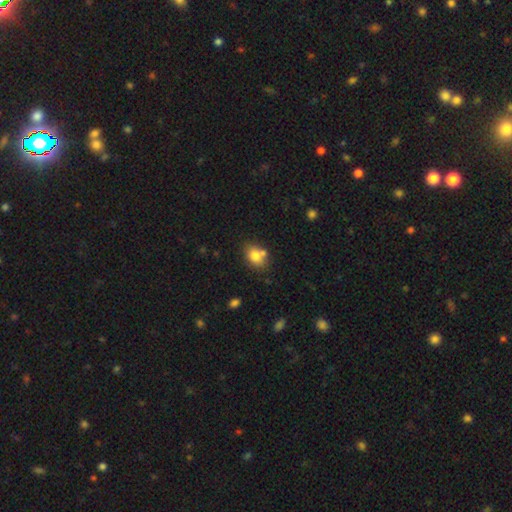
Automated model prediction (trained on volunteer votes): This is likely a smooth galaxy (79%). How rounded: likely in between (68%). Merging: likely none (61%).